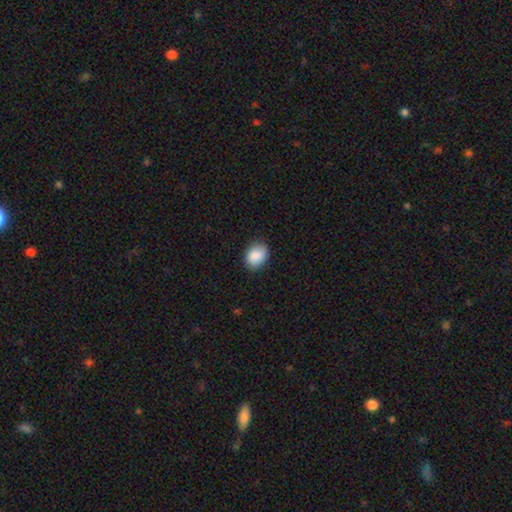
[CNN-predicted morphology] Smooth or featured: smooth — 88% (star or artifact — 7%)
How rounded: in between — 71% (round — 28%)
Merging: none — 82% (minor disturbance — 14%)